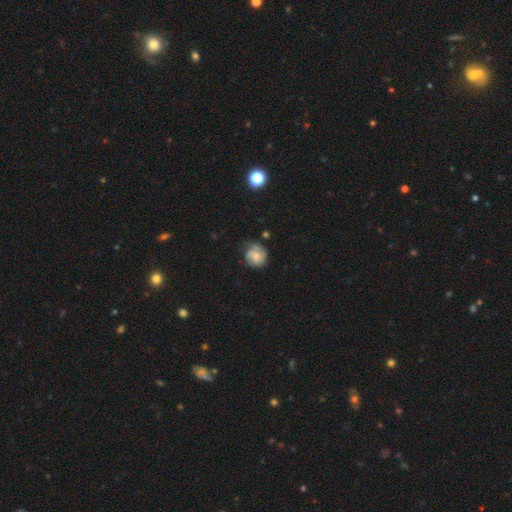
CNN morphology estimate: This appears to be a featured or disk galaxy (49%). Merging: none (57%).